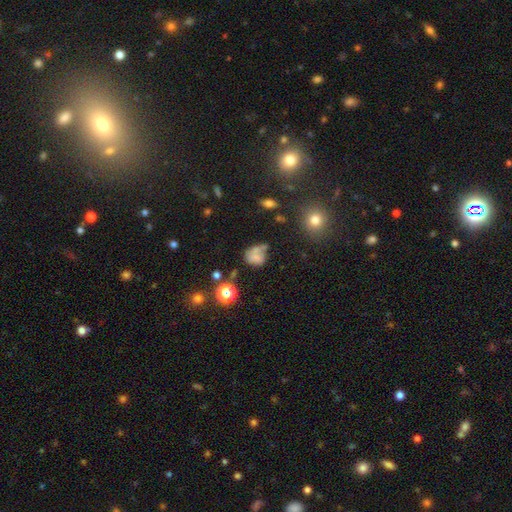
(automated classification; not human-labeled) Smooth or featured? Predicted: smooth (p=0.56). How rounded? Predicted: round (p=0.54). Merging? Predicted: none (p=0.33).